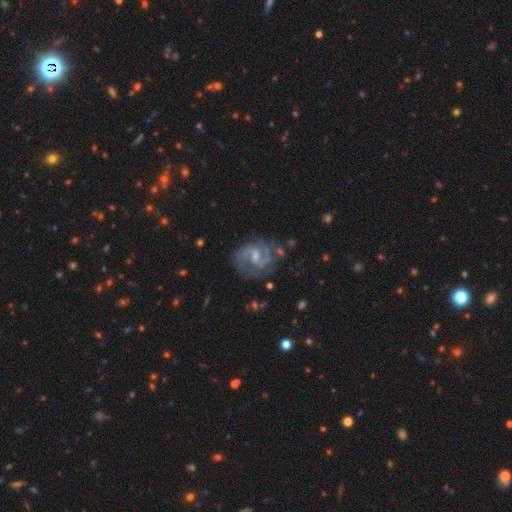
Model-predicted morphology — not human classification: This appears to be a featured or disk galaxy (81%) with a weak bar (58%), 2 (74%) medium (50%) spiral arms (92%) and a small central bulge (50%). Merging: none (66%).